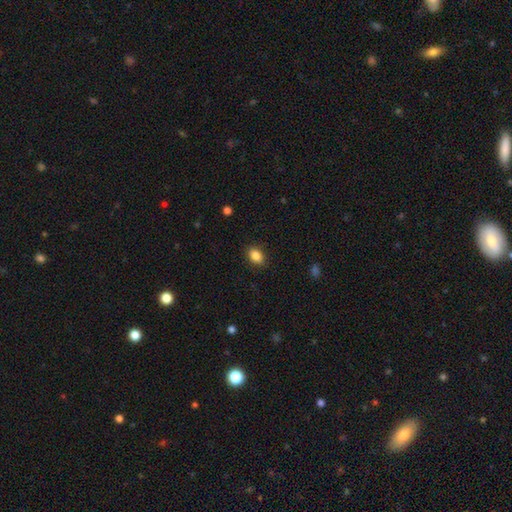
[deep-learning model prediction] Smooth or featured? smooth (86%)
How rounded? in between (80%)
Merging? none (88%)